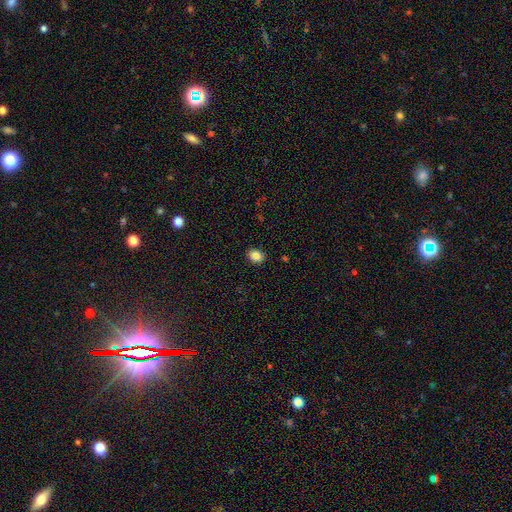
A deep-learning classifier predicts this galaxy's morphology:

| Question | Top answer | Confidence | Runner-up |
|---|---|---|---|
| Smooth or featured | smooth | 85% | star or artifact (10%) |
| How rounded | round | 50% | in between (49%) |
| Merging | none | 90% | minor disturbance (7%) |